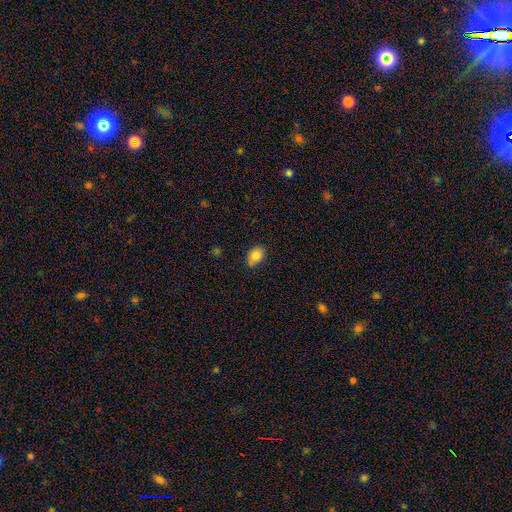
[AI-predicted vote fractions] smooth-or-featured: smooth: 83% | star or artifact: 9% | featured or disk: 8%
  how-rounded: in between: 69% | round: 30% | cigar-shaped: 1%
  merging: none: 81% | minor disturbance: 15% | major disturbance: 2% | merger: 2%